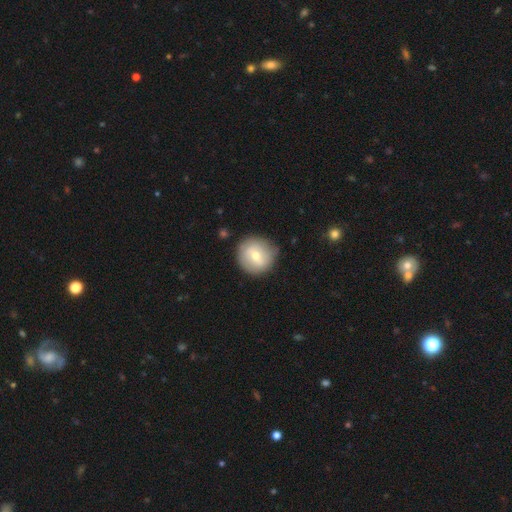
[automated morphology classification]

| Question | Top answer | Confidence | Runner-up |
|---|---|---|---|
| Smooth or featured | smooth | 62% | featured or disk (31%) |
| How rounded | round | 92% | in between (7%) |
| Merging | none | 80% | minor disturbance (14%) |